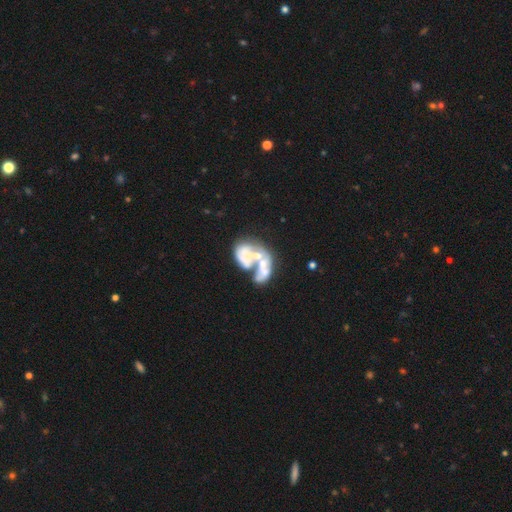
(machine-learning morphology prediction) A star or artifact, not a galaxy (52%).

Vote fractions:
- Smooth or featured? star or artifact: 52% / featured or disk: 24% / smooth: 24%